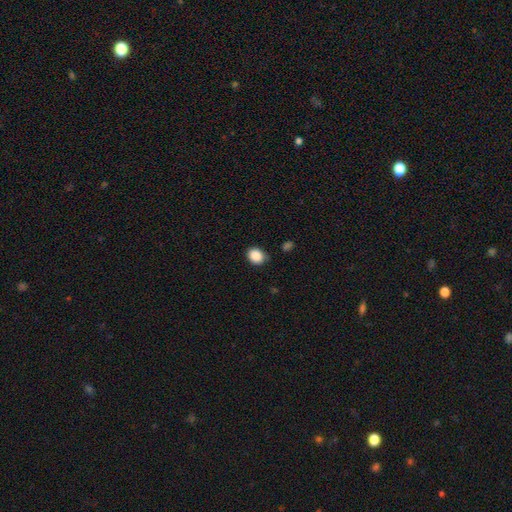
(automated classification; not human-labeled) Smooth or featured? Predicted: smooth (p=0.88). How rounded? Predicted: round (p=0.56). Merging? Predicted: none (p=0.78).